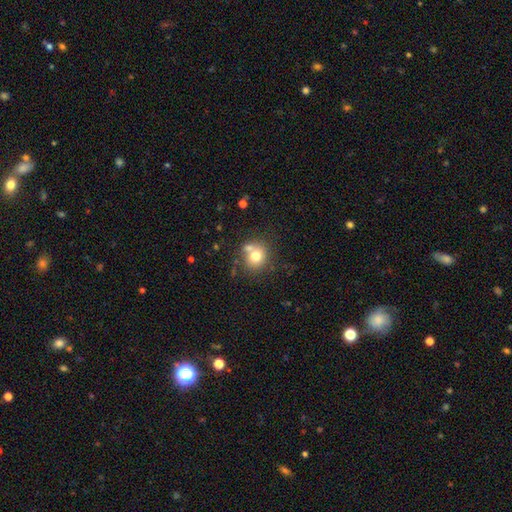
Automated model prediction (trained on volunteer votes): smooth 73%, featured or disk 15%, star or artifact 12%. Down the decision tree: how rounded — round (79%); merging — none (58%).